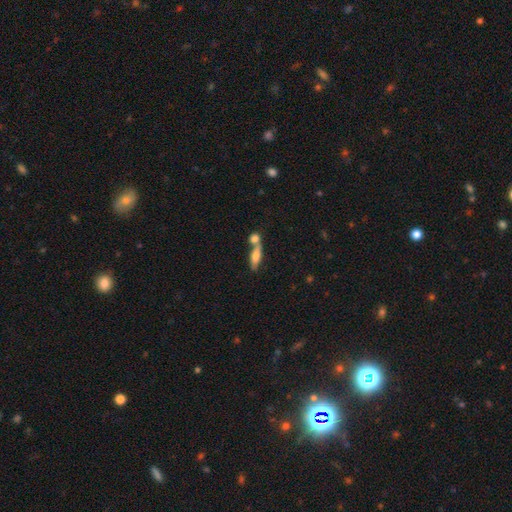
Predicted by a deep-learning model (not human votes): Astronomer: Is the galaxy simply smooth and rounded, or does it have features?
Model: smooth — 63%.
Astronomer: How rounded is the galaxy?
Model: cigar-shaped — 52% (runner-up: in between, 44%).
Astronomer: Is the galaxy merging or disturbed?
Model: merger — 44% (runner-up: none, 43%).